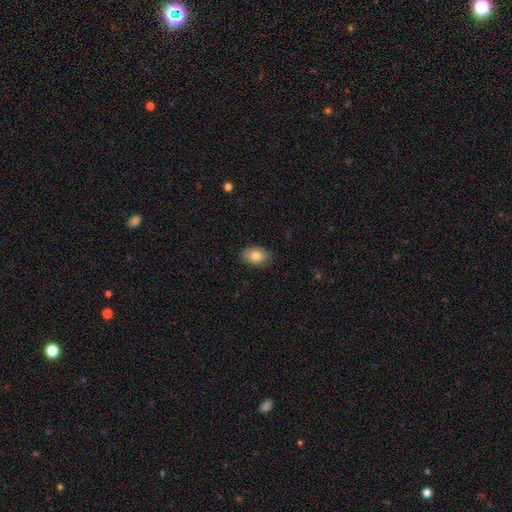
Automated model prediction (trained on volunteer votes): Smooth or featured?
  - smooth: 82% *
  - featured or disk: 10%
  - star or artifact: 7%
How rounded?
  - in between: 85% *
  - round: 14%
  - cigar-shaped: 1%
Merging?
  - none: 87% *
  - minor disturbance: 10%
  - major disturbance: 2%
  - merger: 1%